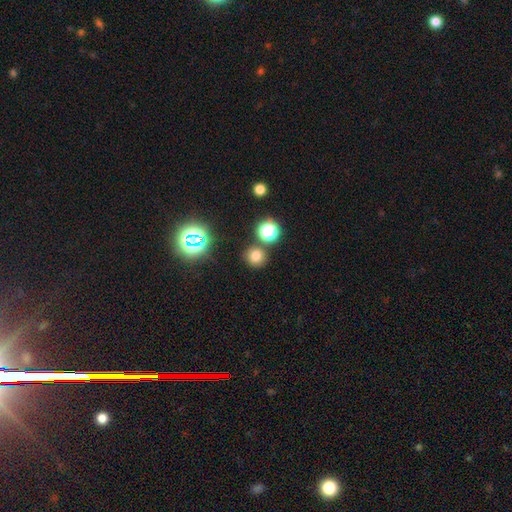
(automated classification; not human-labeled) A smooth galaxy with no disk features (71%) that is round (90%).

Vote fractions:
- Smooth or featured? smooth: 71% / star or artifact: 23% / featured or disk: 7%
- How rounded? round: 90% / in between: 9% / cigar-shaped: 1%
- Merging? none: 81% / merger: 9% / minor disturbance: 7% / major disturbance: 3%